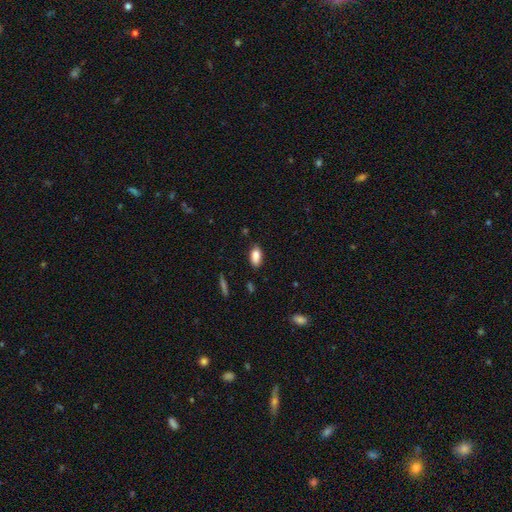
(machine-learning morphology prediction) The model was most divided on "merging": none: 80%, minor disturbance: 15%, major disturbance: 3%, merger: 2%. More confident: how rounded — in between (90%); smooth or featured — smooth (87%).